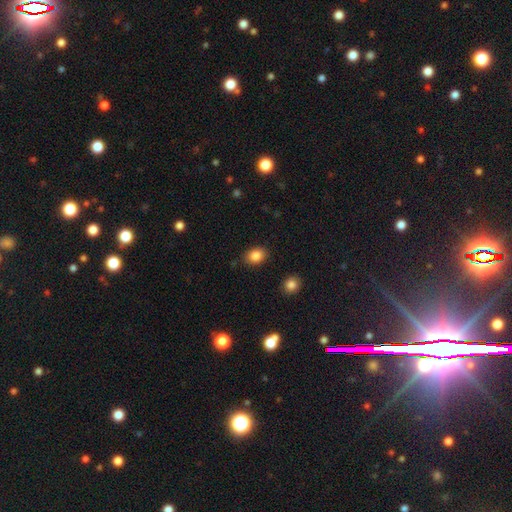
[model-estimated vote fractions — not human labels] Smooth or featured: smooth — 86% (star or artifact — 9%)
How rounded: in between — 65% (round — 34%)
Merging: none — 86% (minor disturbance — 10%)